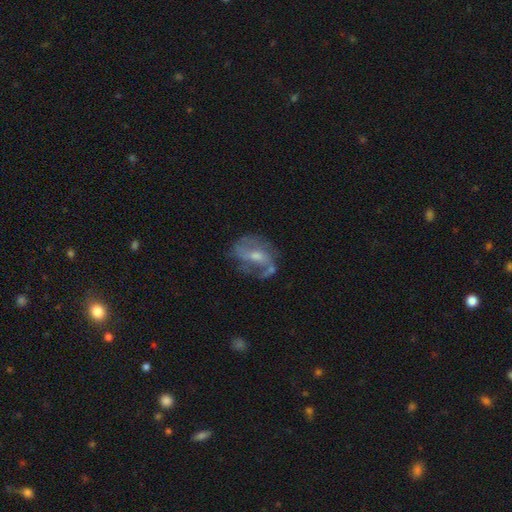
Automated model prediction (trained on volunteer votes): Morphology: type=featured or disk (75%); edge-on=no (96%); bar=weak (46%); spiral arms=yes (82%); winding=medium (44%); arm count=2 (74%); bulge=moderate (50%); merging=none (53%).